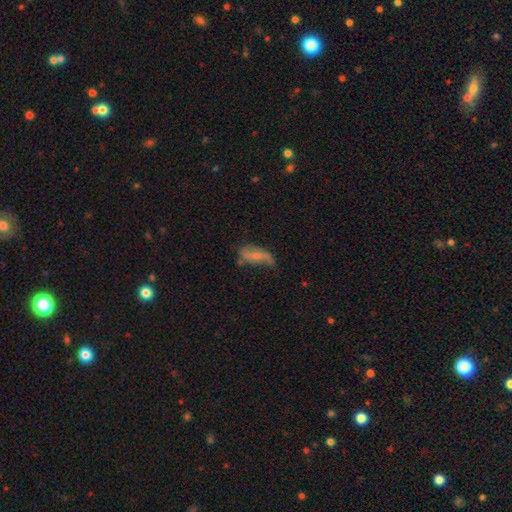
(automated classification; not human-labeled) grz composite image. It shows a featured or disk galaxy (50%). Merging: none (39%).